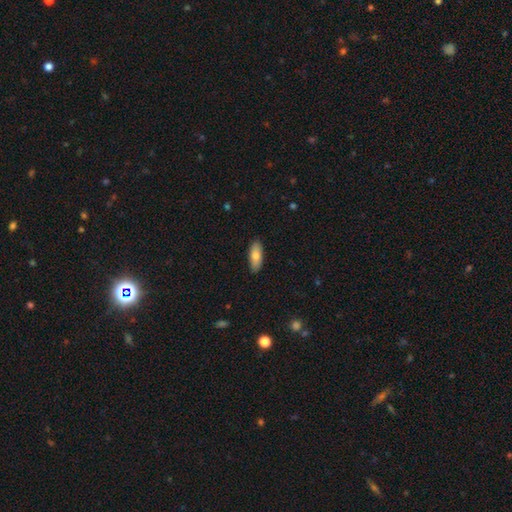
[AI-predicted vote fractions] Morphology: type=smooth (78%); roundness=in between (75%); merging=none (89%).